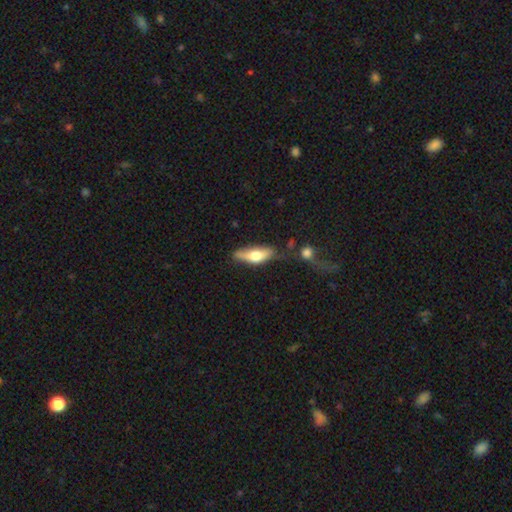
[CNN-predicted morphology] Smooth or featured?
  - smooth: 56% *
  - featured or disk: 38%
  - star or artifact: 6%
How rounded?
  - in between: 56% *
  - cigar-shaped: 41%
  - round: 3%
Merging?
  - none: 54% *
  - minor disturbance: 24%
  - merger: 11%
  - major disturbance: 10%